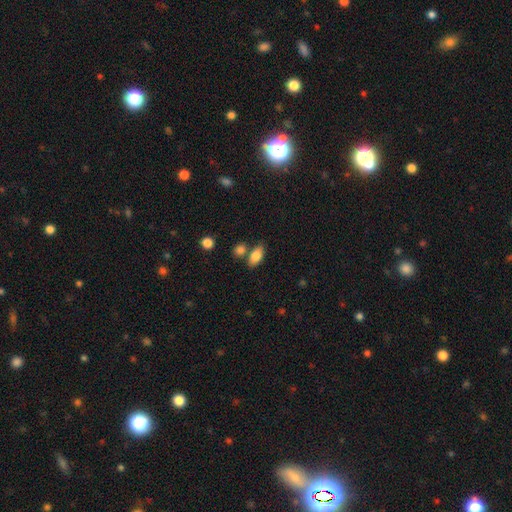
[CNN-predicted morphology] smooth_or_featured: smooth (p=0.84) [alt: featured or disk p=0.09]
how_rounded: in between (p=0.89) [alt: cigar-shaped p=0.06]
merging: none (p=0.67) [alt: merger p=0.17]